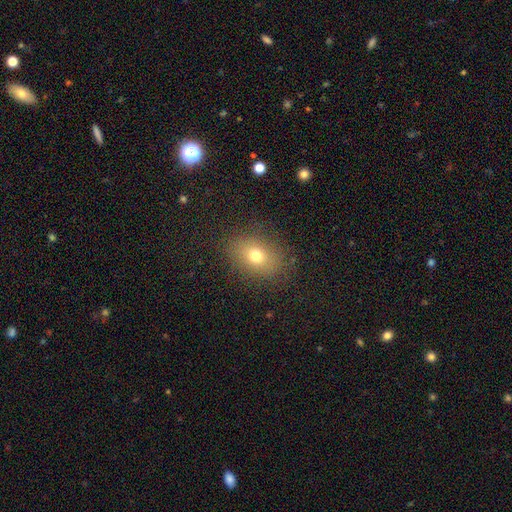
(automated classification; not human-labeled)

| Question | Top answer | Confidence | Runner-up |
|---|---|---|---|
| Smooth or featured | smooth | 72% | star or artifact (15%) |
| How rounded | in between | 64% | round (34%) |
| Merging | none | 84% | minor disturbance (10%) |